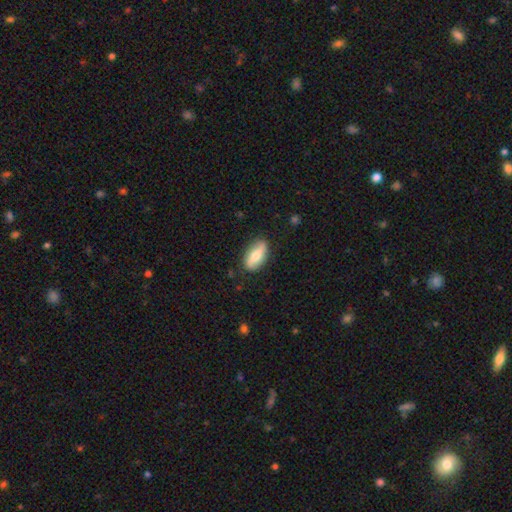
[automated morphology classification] smooth 55%, featured or disk 39%, star or artifact 6%. Down the decision tree: how rounded — in between (87%); merging — none (82%).